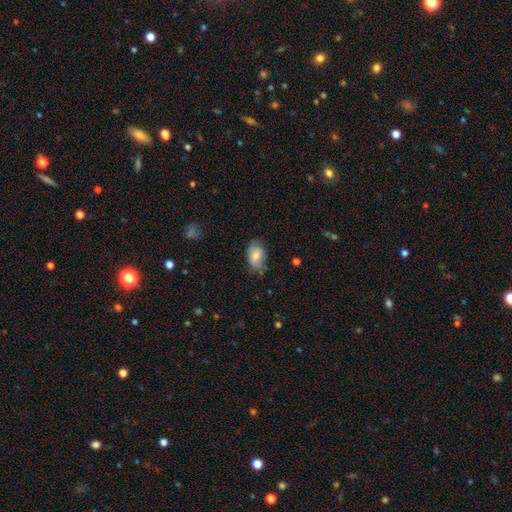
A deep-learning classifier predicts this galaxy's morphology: smooth_or_featured: smooth (p=0.82) [alt: featured or disk p=0.11]
how_rounded: in between (p=0.90) [alt: round p=0.08]
merging: none (p=0.66) [alt: minor disturbance p=0.27]